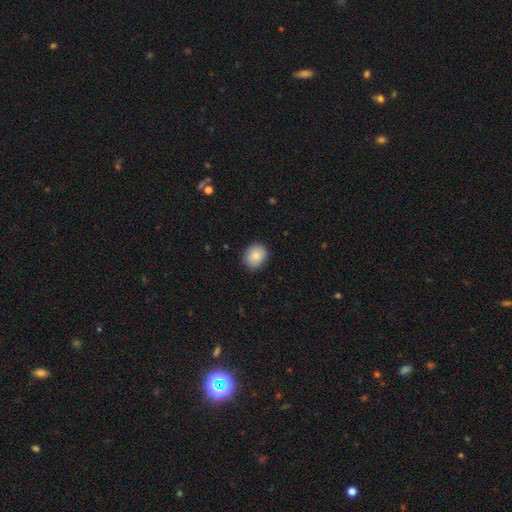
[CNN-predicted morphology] Smooth or featured: smooth — 81% (featured or disk — 11%)
How rounded: round — 68% (in between — 31%)
Merging: none — 84% (minor disturbance — 13%)